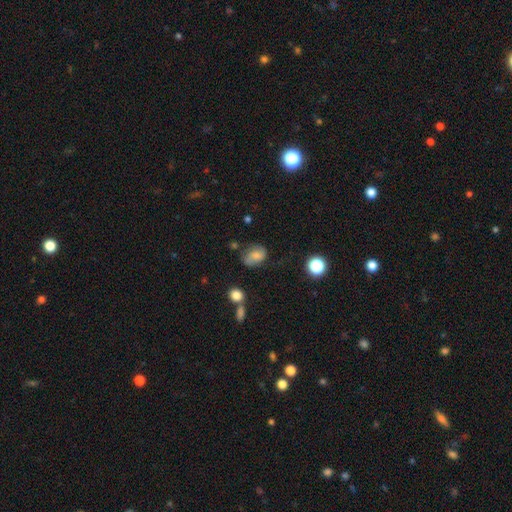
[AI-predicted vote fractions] Overall: smooth (62%; featured or disk 27%). How rounded: in between (72%). Merging: none (59%; minor disturbance 27%).